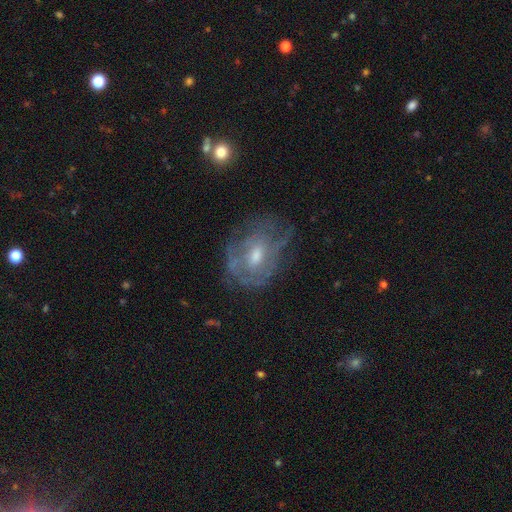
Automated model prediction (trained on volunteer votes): Smooth or featured? featured or disk (68%)
Edge-on disk? no (96%)
Bar? no (54%)
Spiral arms? yes (56%)
Bulge size? moderate (57%)
Merging? none (50%)